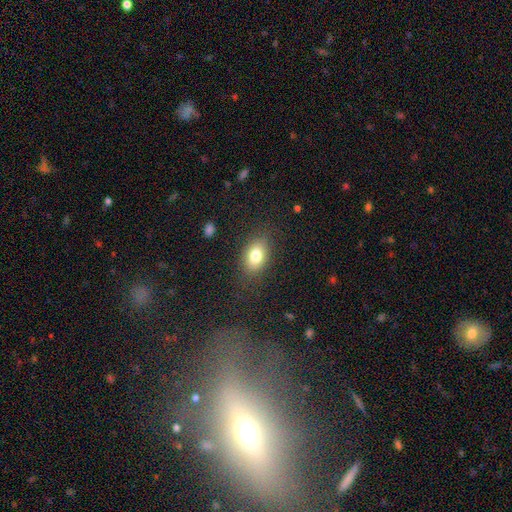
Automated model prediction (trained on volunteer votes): A smooth galaxy with no disk features (79%) that is in between round and cigar-shaped (83%).

Vote fractions:
- Smooth or featured? smooth: 79% / featured or disk: 11% / star or artifact: 9%
- How rounded? in between: 83% / round: 15% / cigar-shaped: 2%
- Merging? none: 83% / minor disturbance: 12% / major disturbance: 5% / merger: 1%